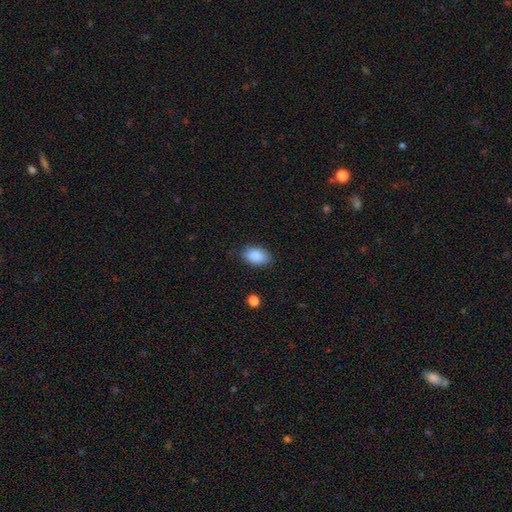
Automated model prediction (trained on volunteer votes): Smooth or featured? Predicted: smooth (p=0.88). How rounded? Predicted: in between (p=0.91). Merging? Predicted: none (p=0.83).